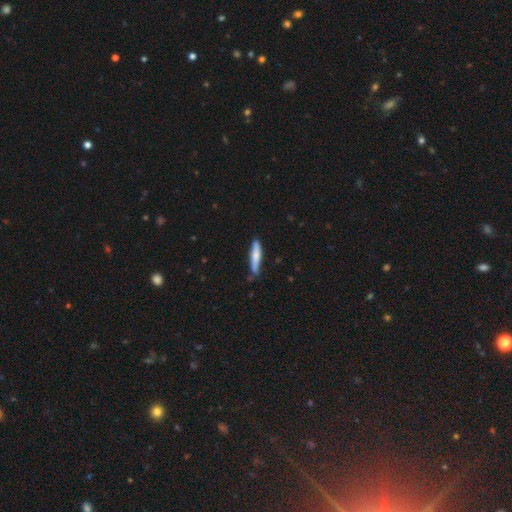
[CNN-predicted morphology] This is likely a smooth galaxy (72%). How rounded: clearly cigar-shaped (87%). Merging: likely none (77%).